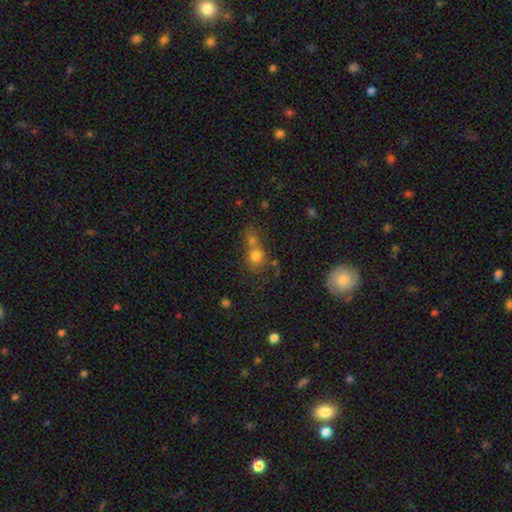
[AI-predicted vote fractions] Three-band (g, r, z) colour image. It shows a smooth galaxy with no disk features (73%) that is round (80%). Merging: merger (51%).